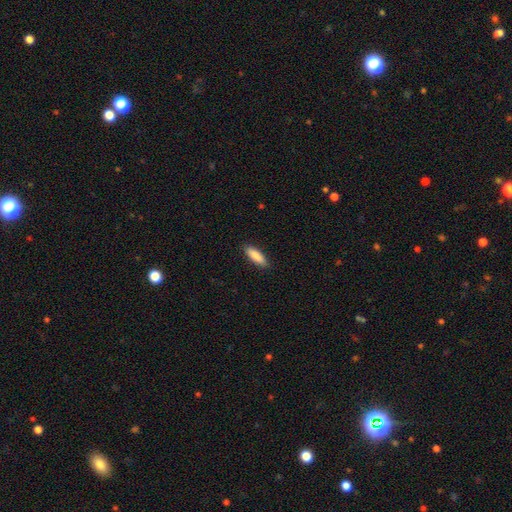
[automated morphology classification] The model was most divided on "how rounded": in between: 51%, cigar-shaped: 47%, round: 2%. More confident: merging — none (89%); smooth or featured — smooth (88%).